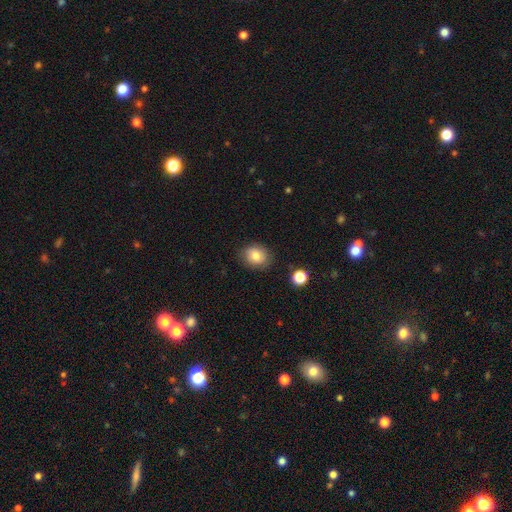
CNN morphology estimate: smooth 78%, featured or disk 12%, star or artifact 10%. Down the decision tree: how rounded — round (60%); merging — none (83%).